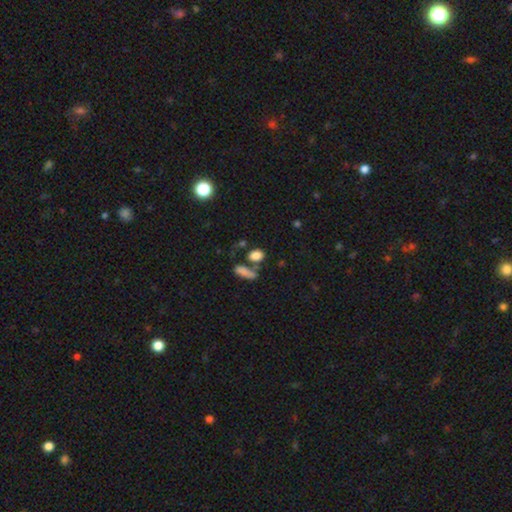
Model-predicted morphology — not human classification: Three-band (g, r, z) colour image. It shows a smooth galaxy with no disk features (80%) that is in between round and cigar-shaped (72%). Merging: none (52%).